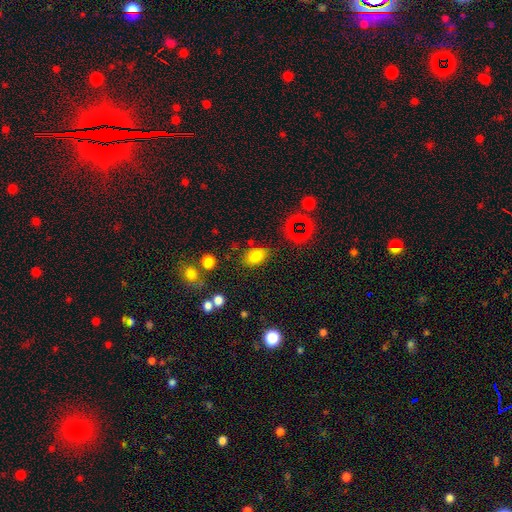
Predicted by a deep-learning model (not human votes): This is likely a smooth galaxy (78%). How rounded: clearly in between (82%). Merging: likely none (77%).